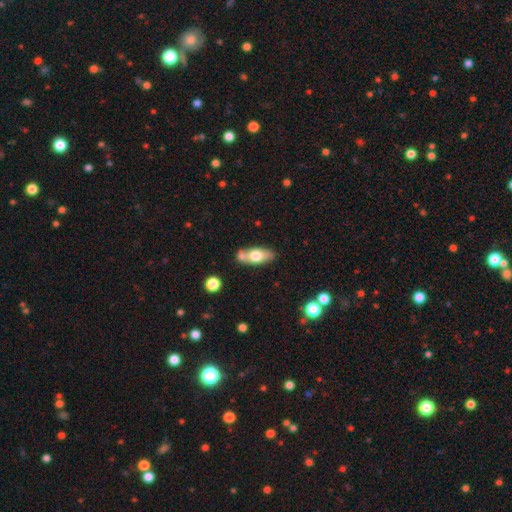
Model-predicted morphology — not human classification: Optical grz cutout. It shows a smooth galaxy with no disk features (67%) that is in between round and cigar-shaped (80%). Merging: none (58%).